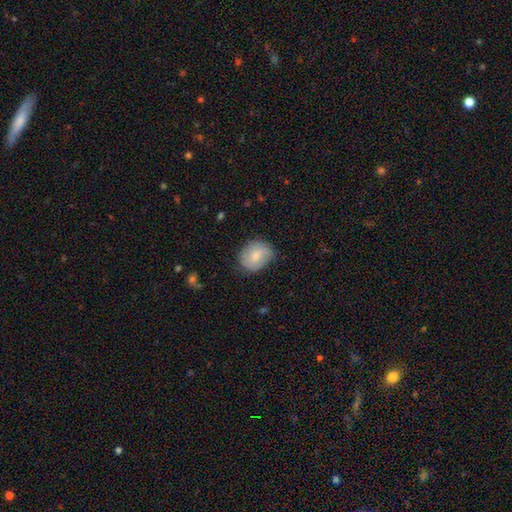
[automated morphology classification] Smooth or featured? smooth (66%)
How rounded? round (60%)
Merging? none (69%)